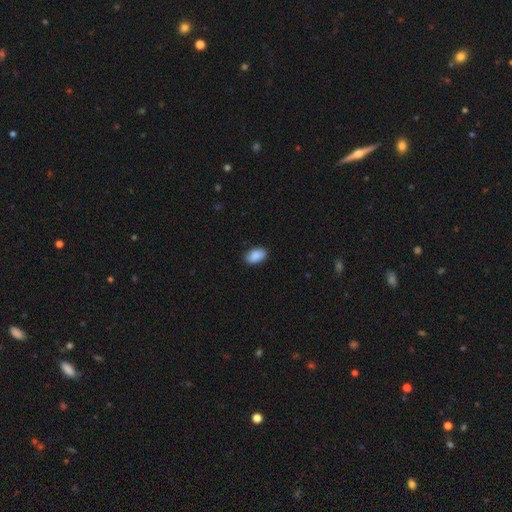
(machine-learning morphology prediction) Smooth or featured? smooth (89%)
How rounded? in between (92%)
Merging? none (87%)